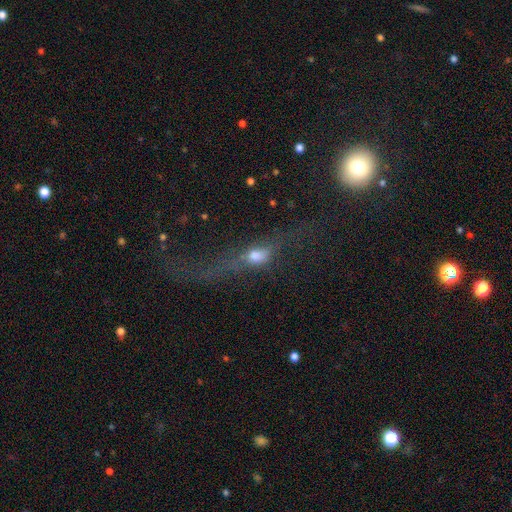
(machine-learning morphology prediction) A smooth galaxy with no disk features (42%).

Vote fractions:
- Smooth or featured? smooth: 42% / featured or disk: 41% / star or artifact: 17%
- Merging? major disturbance: 46% / none: 31% / minor disturbance: 15% / merger: 8%